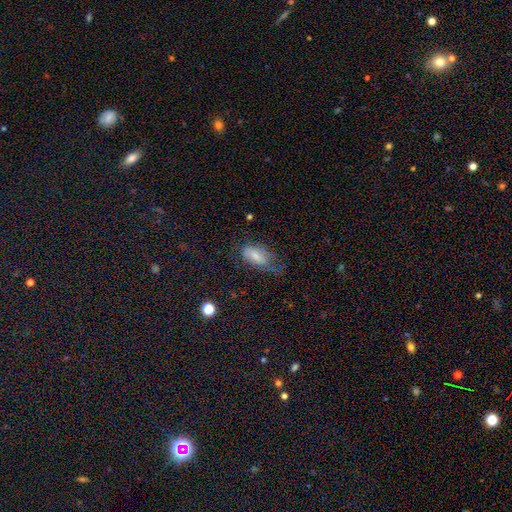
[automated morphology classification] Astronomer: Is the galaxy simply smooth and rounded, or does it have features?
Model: smooth — 66%.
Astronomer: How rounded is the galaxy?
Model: in between — 91%.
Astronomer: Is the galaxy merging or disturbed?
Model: none — 40% (runner-up: minor disturbance, 33%).